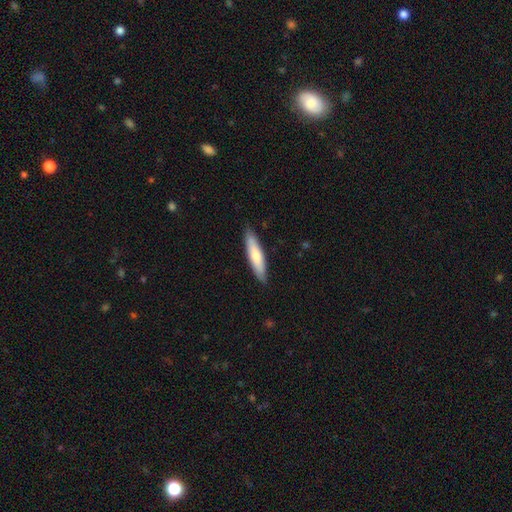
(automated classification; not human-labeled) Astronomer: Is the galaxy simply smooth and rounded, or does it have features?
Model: smooth — 68%.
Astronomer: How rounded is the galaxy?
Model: cigar-shaped — 77%.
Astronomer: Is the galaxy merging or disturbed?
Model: none — 87%.